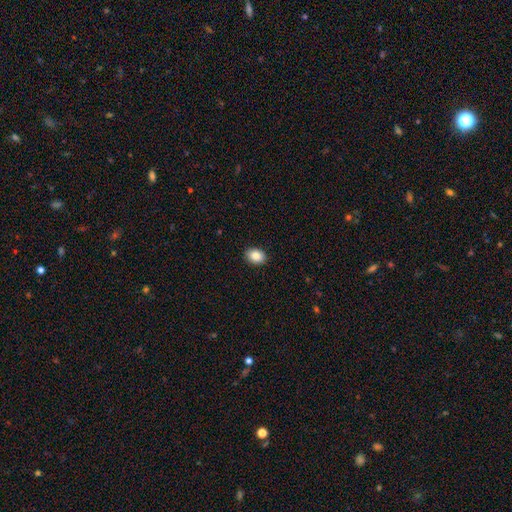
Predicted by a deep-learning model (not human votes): A smooth galaxy with no disk features (86%) that is in between round and cigar-shaped (65%). Merging: none (91%).